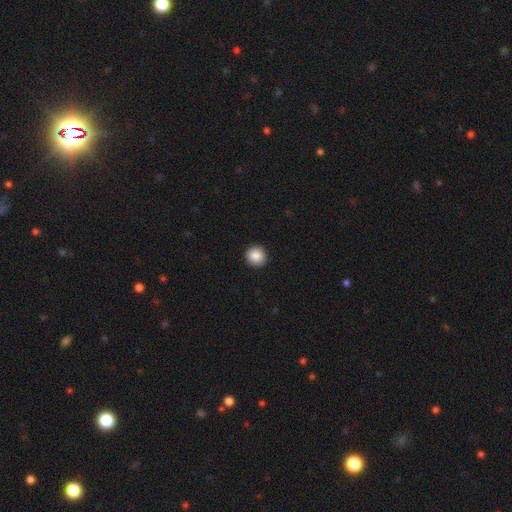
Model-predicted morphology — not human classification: Smooth or featured: smooth — 89% (star or artifact — 8%)
How rounded: round — 94% (in between — 5%)
Merging: none — 93% (minor disturbance — 5%)